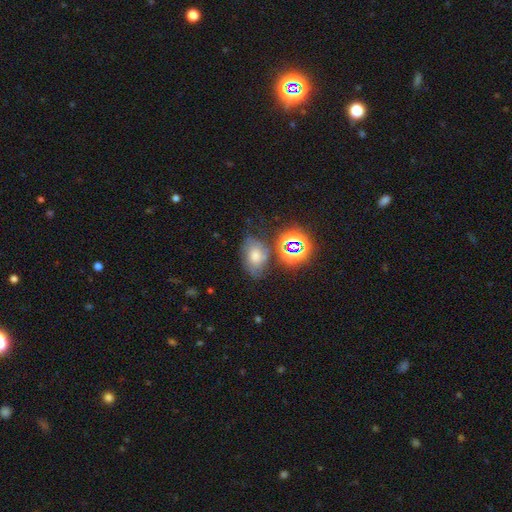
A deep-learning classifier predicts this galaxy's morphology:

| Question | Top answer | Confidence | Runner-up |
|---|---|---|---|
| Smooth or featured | smooth | 41% | star or artifact (33%) |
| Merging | none | 61% | minor disturbance (21%) |